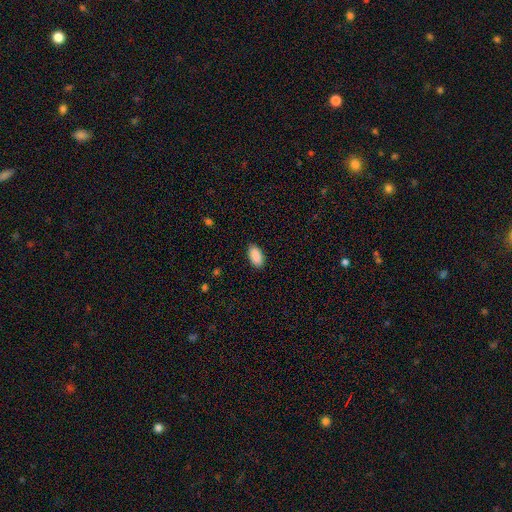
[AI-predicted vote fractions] Morphology: type=smooth (91%); roundness=in between (95%); merging=none (88%).